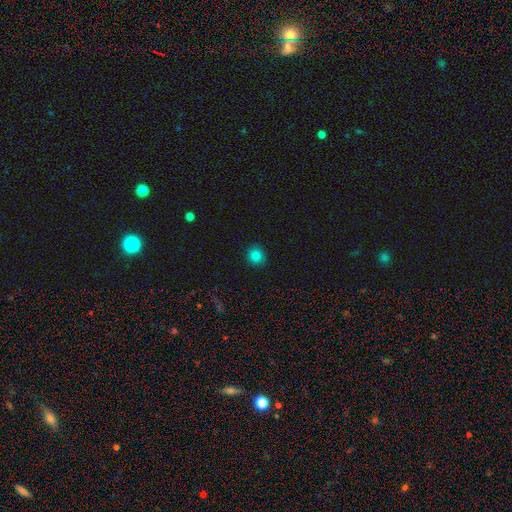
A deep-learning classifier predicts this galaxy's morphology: Q: Smooth or featured?
A: smooth (83%); runner-up: star or artifact (13%)
Q: How rounded?
A: round (90%); runner-up: in between (9%)
Q: Merging?
A: none (91%); runner-up: minor disturbance (6%)